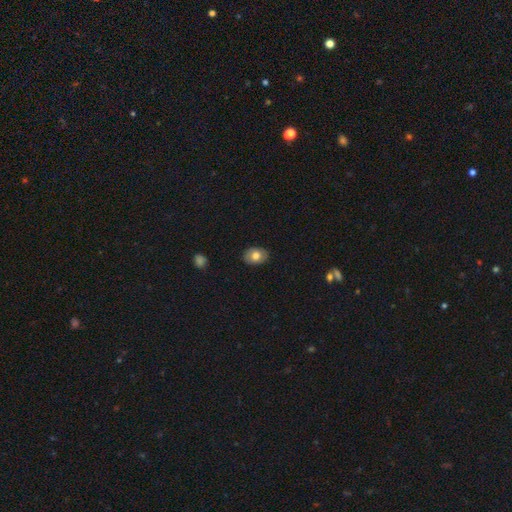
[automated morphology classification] A smooth galaxy with no disk features (74%) that is in between round and cigar-shaped (73%). Merging: none (86%).